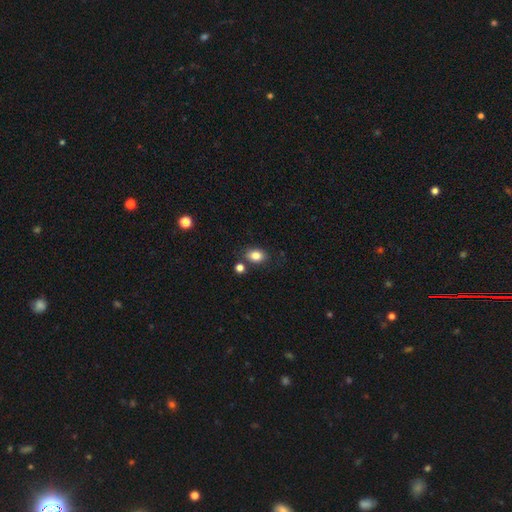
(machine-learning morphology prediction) Q: Smooth or featured?
A: smooth (84%); runner-up: star or artifact (10%)
Q: How rounded?
A: in between (71%); runner-up: round (28%)
Q: Merging?
A: none (75%); runner-up: minor disturbance (12%)